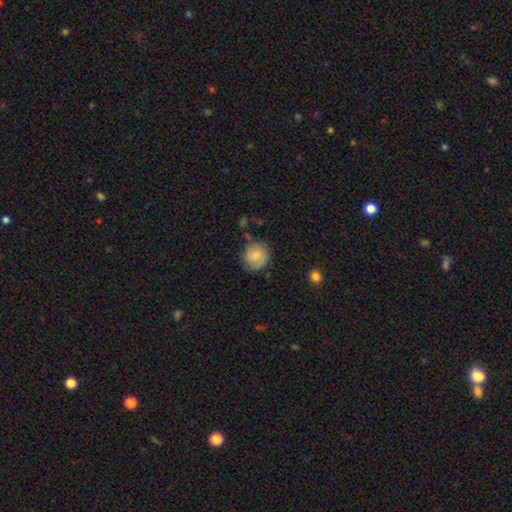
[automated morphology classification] Smooth or featured? smooth (71%)
How rounded? round (88%)
Merging? none (74%)